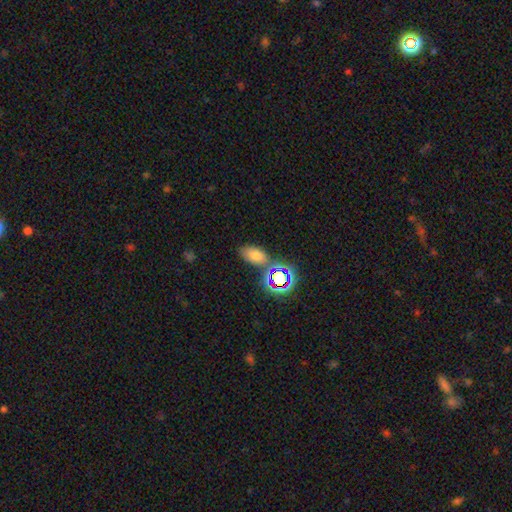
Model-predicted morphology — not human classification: A smooth galaxy with no disk features (67%) that is in between round and cigar-shaped (88%). Merging: none (73%).